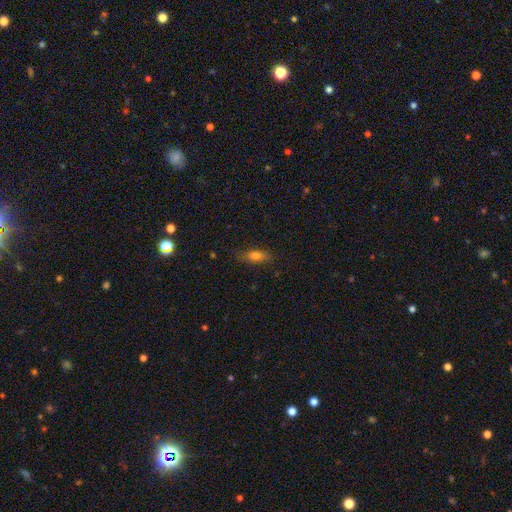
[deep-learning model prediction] Smooth or featured? Predicted: smooth (p=0.75). How rounded? Predicted: in between (p=0.71). Merging? Predicted: none (p=0.77).